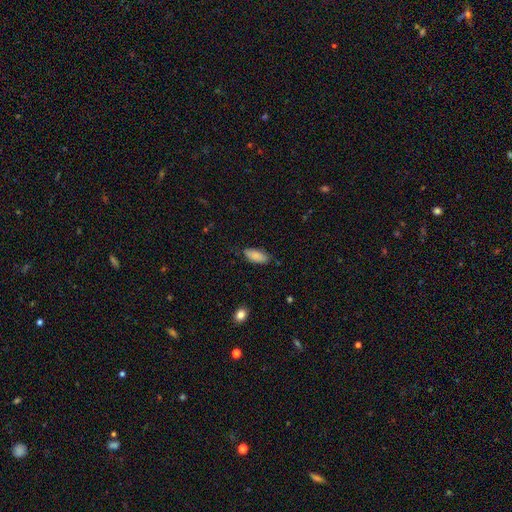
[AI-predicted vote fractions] smooth_or_featured: smooth (p=0.87) [alt: star or artifact p=0.06]
how_rounded: in between (p=0.85) [alt: cigar-shaped p=0.14]
merging: none (p=0.79) [alt: minor disturbance p=0.17]